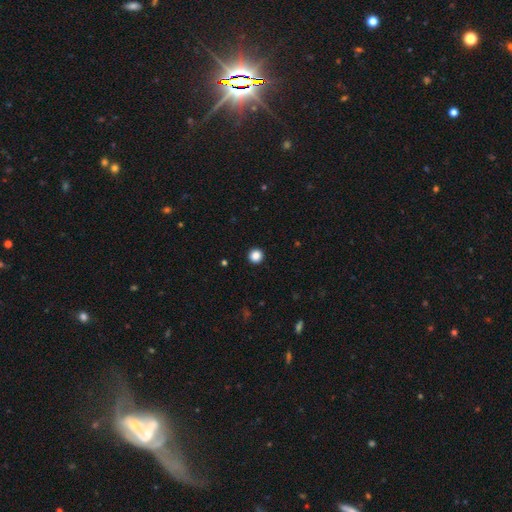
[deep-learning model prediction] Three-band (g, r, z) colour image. It shows a smooth galaxy with no disk features (86%) that is round (96%). Merging: none (94%).